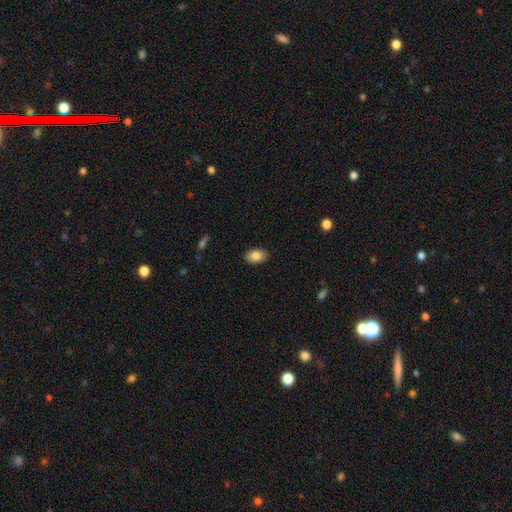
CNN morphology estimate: Smooth or featured: smooth — 85% (featured or disk — 8%)
How rounded: in between — 90% (round — 9%)
Merging: none — 88% (minor disturbance — 9%)